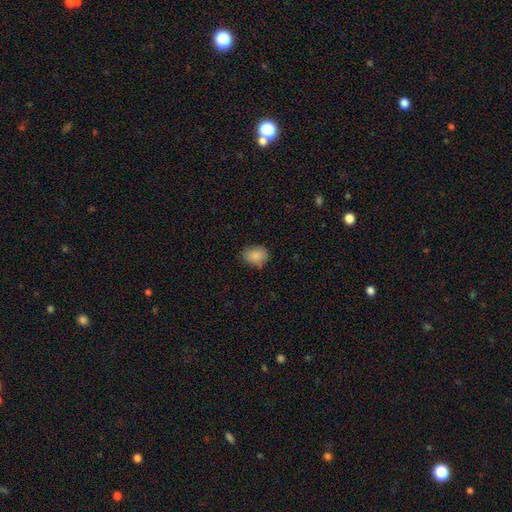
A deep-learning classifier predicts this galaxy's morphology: smooth_or_featured: smooth (p=0.87) [alt: star or artifact p=0.08]
how_rounded: in between (p=0.62) [alt: round p=0.37]
merging: none (p=0.76) [alt: minor disturbance p=0.19]